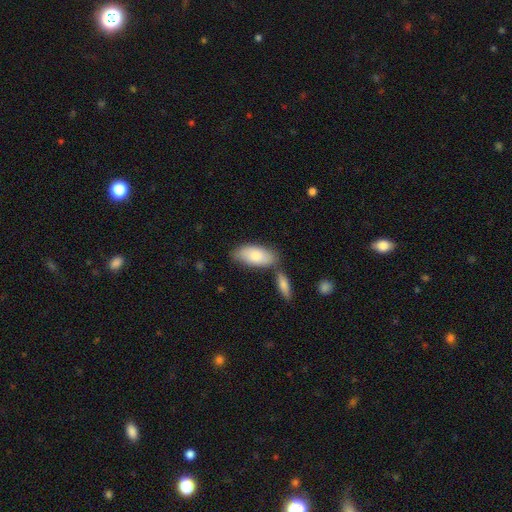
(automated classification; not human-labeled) A smooth galaxy with no disk features (79%) that is in between round and cigar-shaped (90%). Merging: none (60%).